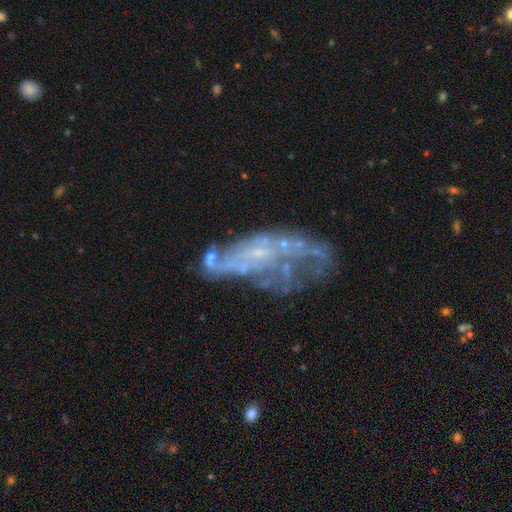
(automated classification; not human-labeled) This appears to be a featured or disk galaxy (69%) with no bar (82%), no spiral arms (67%) and no central bulge (51%). Merging: major disturbance (33%).